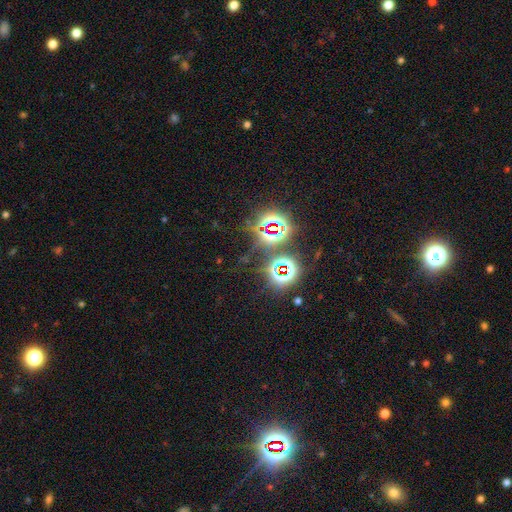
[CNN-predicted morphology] star or artifact 80%, smooth 12%, featured or disk 8%.